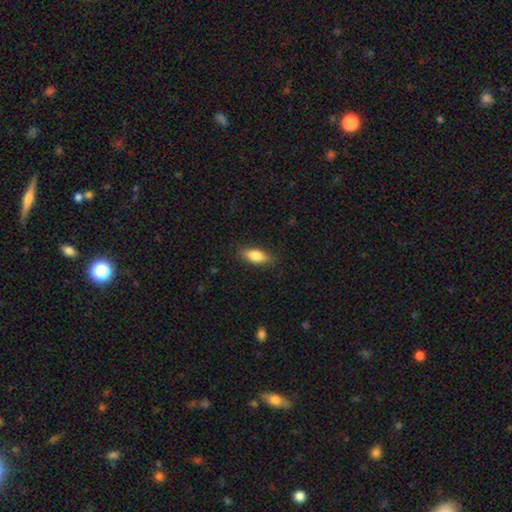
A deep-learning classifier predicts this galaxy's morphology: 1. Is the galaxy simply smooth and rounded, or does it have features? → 76% smooth, 17% featured or disk, 7% star or artifact.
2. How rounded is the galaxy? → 74% in between, 23% cigar-shaped, 3% round.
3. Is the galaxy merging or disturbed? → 85% none, 12% minor disturbance, 3% major disturbance, 1% merger.